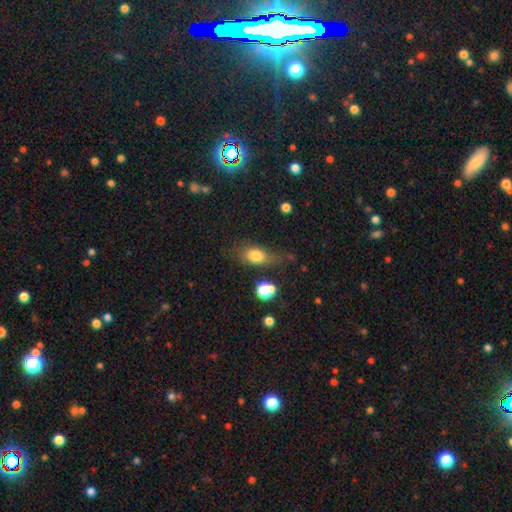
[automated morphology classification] A smooth galaxy with no disk features (75%) that is in between round and cigar-shaped (74%).

Vote fractions:
- Smooth or featured? smooth: 75% / featured or disk: 14% / star or artifact: 11%
- How rounded? in between: 74% / round: 16% / cigar-shaped: 9%
- Merging? none: 58% / minor disturbance: 25% / major disturbance: 11% / merger: 5%